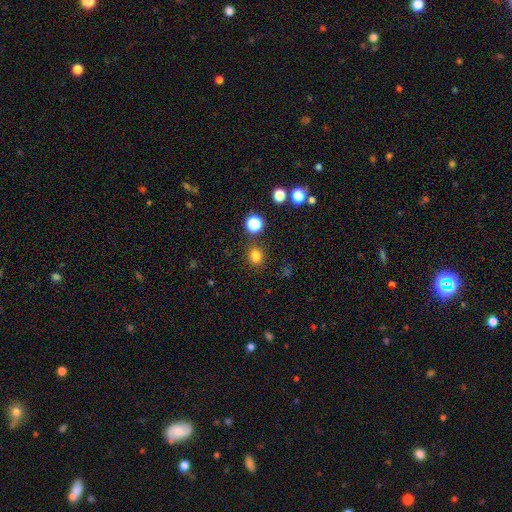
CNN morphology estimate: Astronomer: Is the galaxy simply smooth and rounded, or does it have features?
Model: smooth — 79%.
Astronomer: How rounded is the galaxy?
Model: round — 72%.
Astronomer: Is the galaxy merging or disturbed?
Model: none — 85%.